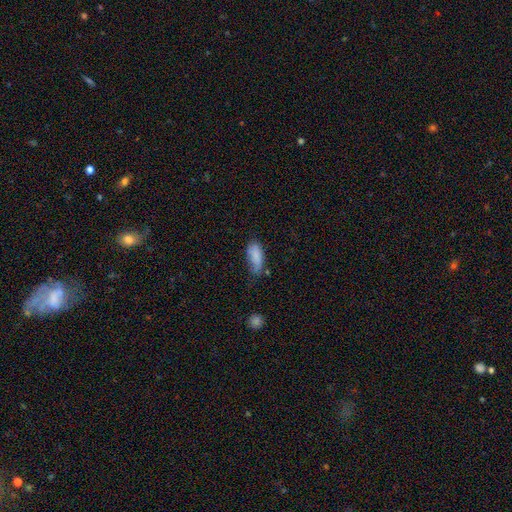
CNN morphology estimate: The model was most divided on "merging": none: 44%, minor disturbance: 39%, major disturbance: 12%, merger: 4%. More confident: smooth or featured — smooth (84%); how rounded — in between (84%).